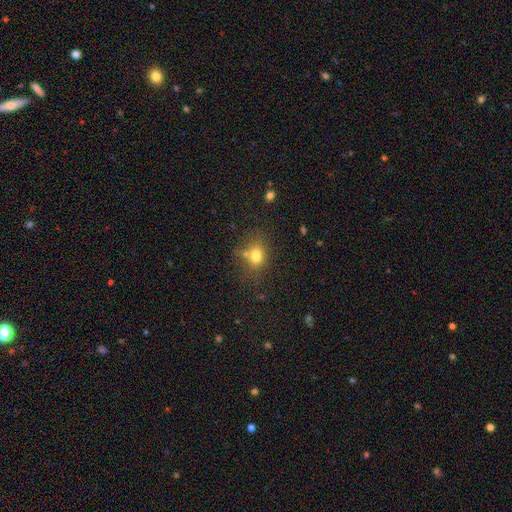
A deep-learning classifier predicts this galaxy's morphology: type=smooth (75%); roundness=in between (63%); merging=none (51%).